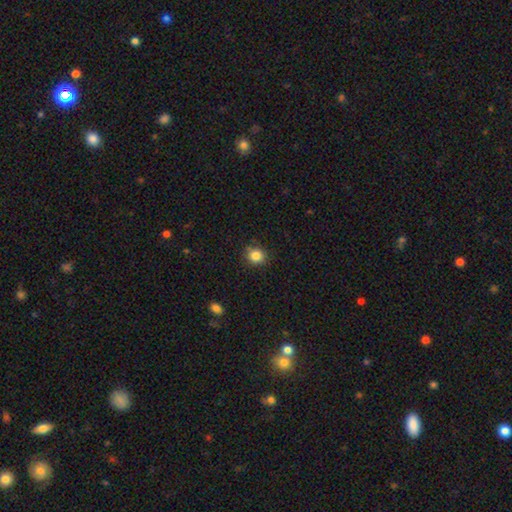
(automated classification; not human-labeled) A smooth galaxy with no disk features (84%) that is round (85%). Merging: none (87%).